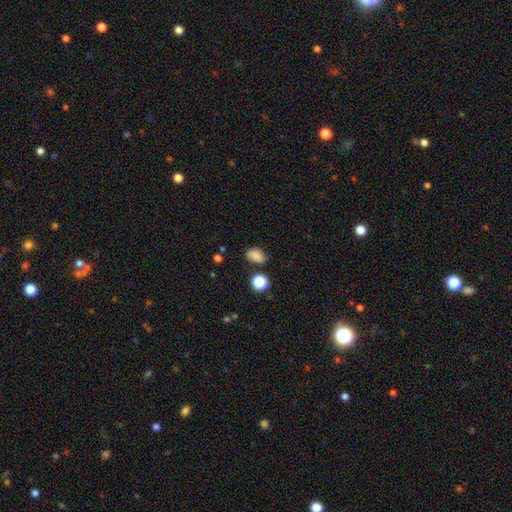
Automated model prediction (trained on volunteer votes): Q: Smooth or featured?
A: smooth (79%); runner-up: star or artifact (12%)
Q: How rounded?
A: in between (72%); runner-up: round (27%)
Q: Merging?
A: none (75%); runner-up: minor disturbance (17%)